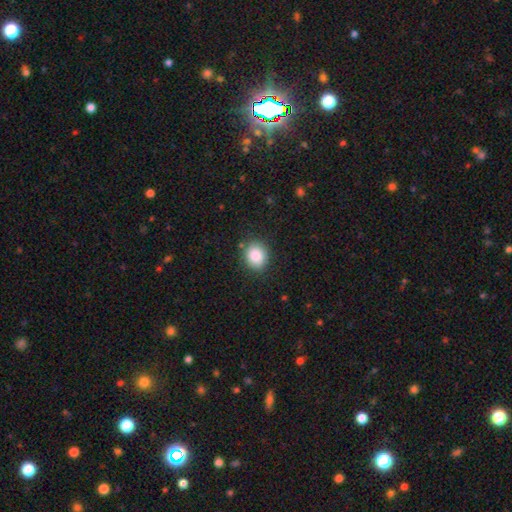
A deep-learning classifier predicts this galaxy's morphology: Q: Smooth or featured?
A: smooth (87%); runner-up: star or artifact (9%)
Q: How rounded?
A: round (67%); runner-up: in between (32%)
Q: Merging?
A: none (86%); runner-up: minor disturbance (10%)